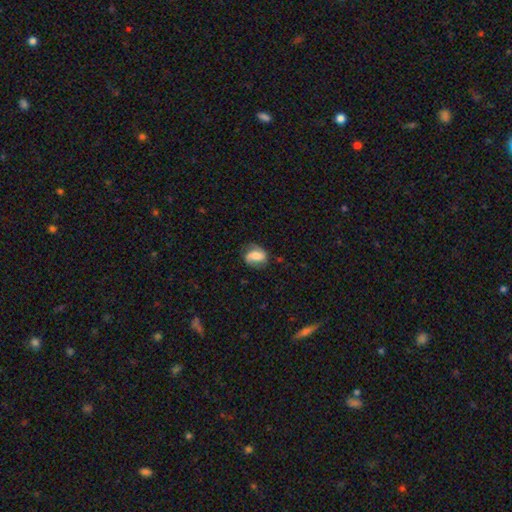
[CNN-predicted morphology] smooth_or_featured: featured or disk (p=0.52) [alt: smooth p=0.40]
disk_edge_on: no (p=0.96) [alt: yes p=0.04]
merging: none (p=0.68) [alt: minor disturbance p=0.22]